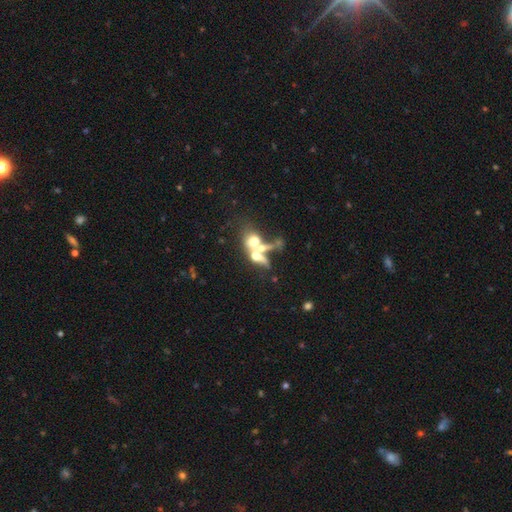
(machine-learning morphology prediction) smooth-or-featured: smooth: 49% | featured or disk: 36% | star or artifact: 15%
  merging: merger: 62% | none: 19% | major disturbance: 11% | minor disturbance: 7%